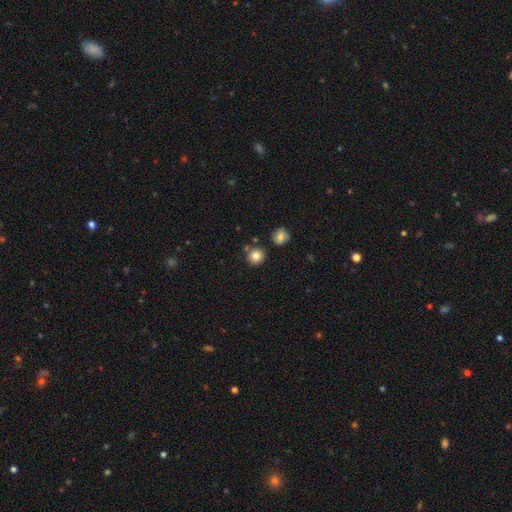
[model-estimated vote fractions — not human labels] smooth_or_featured: smooth (p=0.82) [alt: star or artifact p=0.10]
how_rounded: round (p=0.92) [alt: in between p=0.07]
merging: none (p=0.82) [alt: minor disturbance p=0.08]